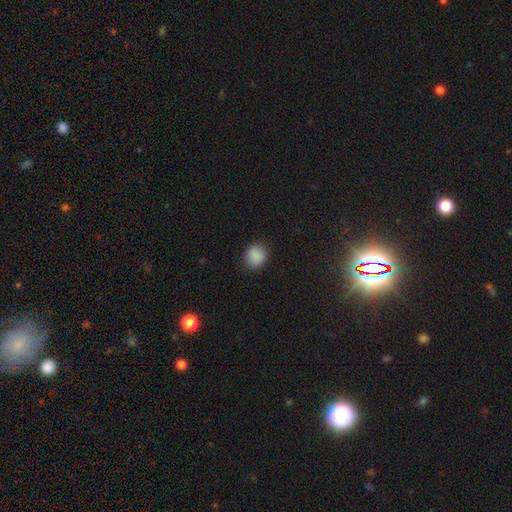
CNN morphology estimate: smooth-or-featured: smooth: 88% | star or artifact: 9% | featured or disk: 3%
  how-rounded: round: 60% | in between: 39% | cigar-shaped: 1%
  merging: none: 86% | minor disturbance: 10% | major disturbance: 3% | merger: 1%